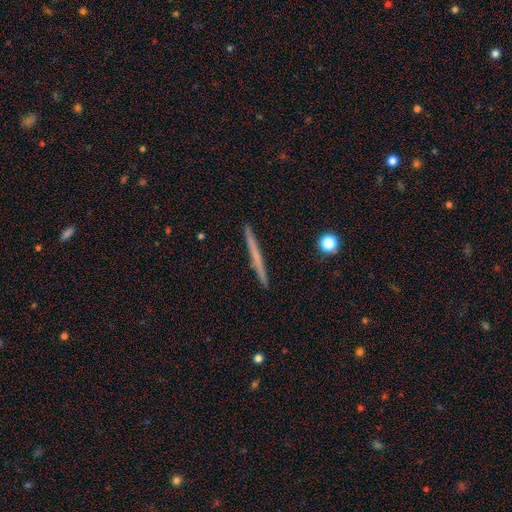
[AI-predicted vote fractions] Smooth or featured? smooth (49%)
Merging? none (93%)